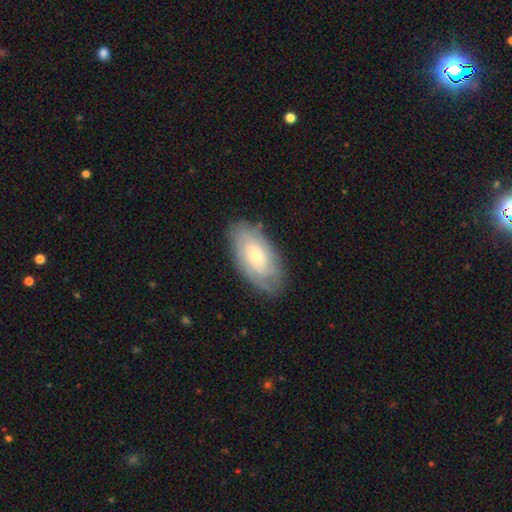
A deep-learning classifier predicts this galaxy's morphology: A featured or disk galaxy (62%) with no bar (76%), spiral arms (81%) and a small central bulge (60%). Merging: none (77%).